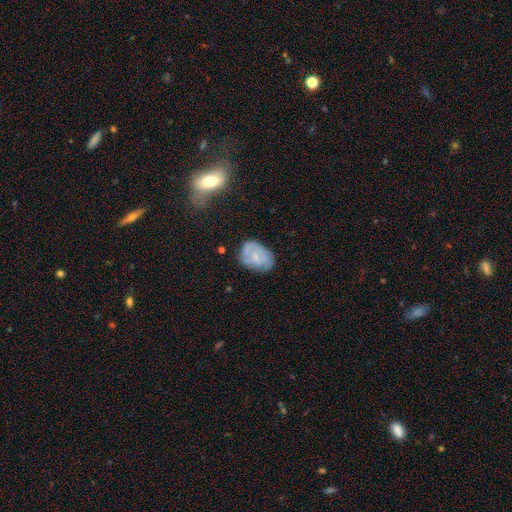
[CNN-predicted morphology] smooth-or-featured: featured or disk: 55% | smooth: 36% | star or artifact: 9%
  disk-edge-on: no: 97% | yes: 3%
    bar: no: 67% | weak: 28% | strong: 4%
    has-spiral-arms: yes: 76% | no: 24%
    bulge-size: small: 66% | moderate: 20% | none: 12% | large: 1% | dominant: 1%
  merging: none: 67% | minor disturbance: 23% | major disturbance: 7% | merger: 2%